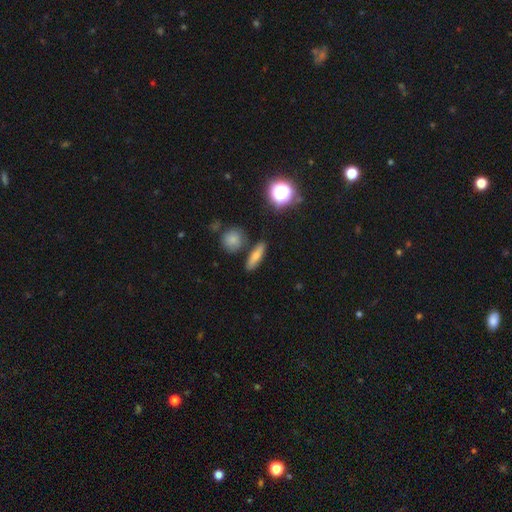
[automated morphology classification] Q: Smooth or featured?
A: smooth (72%); runner-up: featured or disk (16%)
Q: How rounded?
A: cigar-shaped (56%); runner-up: in between (36%)
Q: Merging?
A: none (81%); runner-up: minor disturbance (10%)